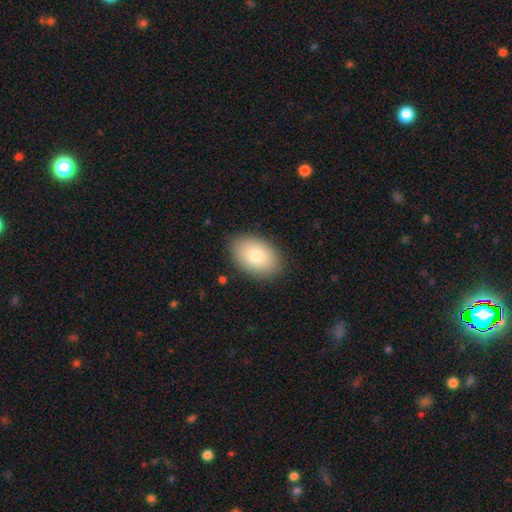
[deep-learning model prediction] Smooth or featured? Predicted: smooth (p=0.81). How rounded? Predicted: in between (p=0.85). Merging? Predicted: none (p=0.87).